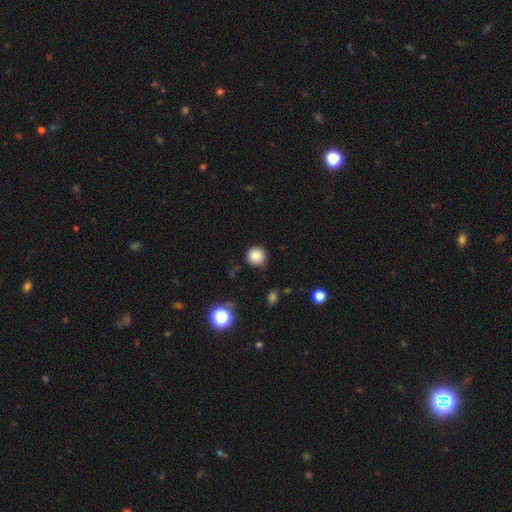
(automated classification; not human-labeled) The model was most divided on "merging": none: 79%, minor disturbance: 16%, major disturbance: 3%, merger: 2%. More confident: how rounded — round (93%); smooth or featured — smooth (83%).